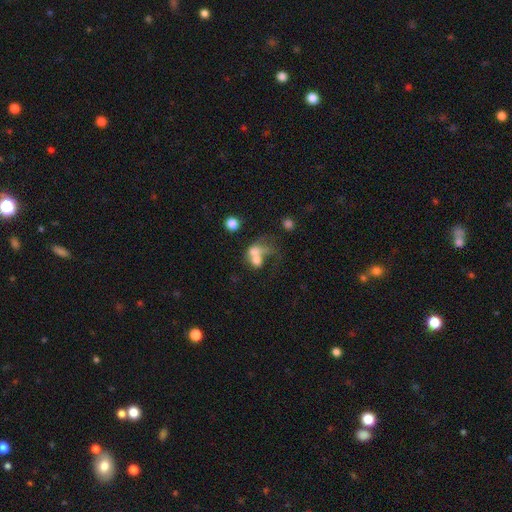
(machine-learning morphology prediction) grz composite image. It shows a smooth galaxy with no disk features (55%) that is in between round and cigar-shaped (59%). Merging: merger (57%).